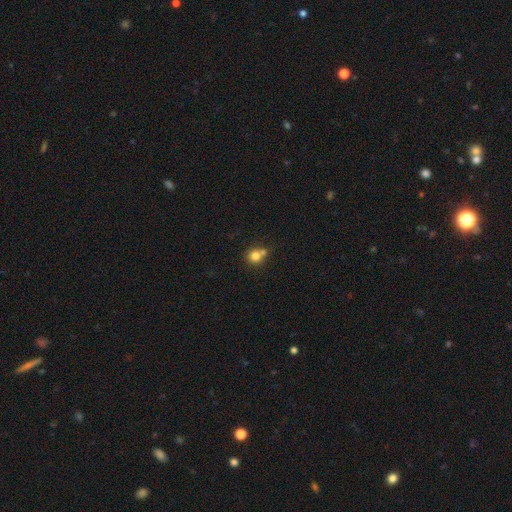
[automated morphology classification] smooth 79%, star or artifact 11%, featured or disk 10%. Down the decision tree: how rounded — round (87%); merging — none (51%).